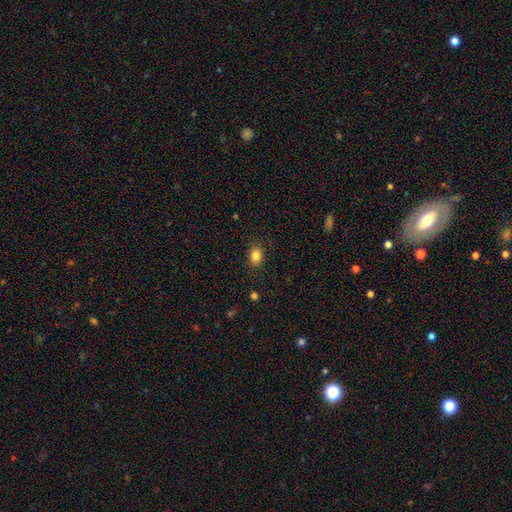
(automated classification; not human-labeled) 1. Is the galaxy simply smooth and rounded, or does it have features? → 84% smooth, 10% star or artifact, 6% featured or disk.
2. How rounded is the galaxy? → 64% in between, 35% round, 1% cigar-shaped.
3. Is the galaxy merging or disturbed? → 85% none, 11% minor disturbance, 3% major disturbance, 1% merger.